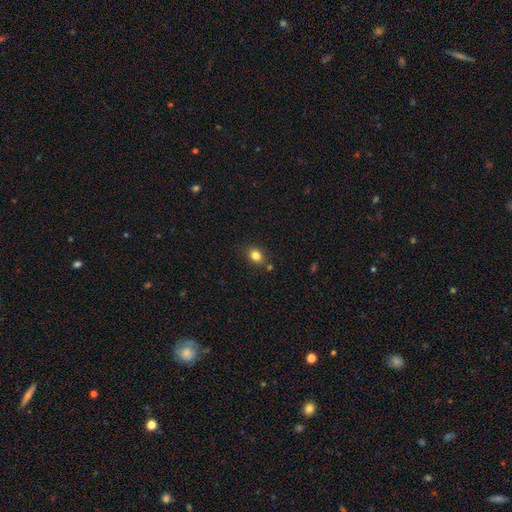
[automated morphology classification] smooth_or_featured: smooth (p=0.82) [alt: star or artifact p=0.11]
how_rounded: round (p=0.51) [alt: in between p=0.48]
merging: none (p=0.79) [alt: minor disturbance p=0.12]